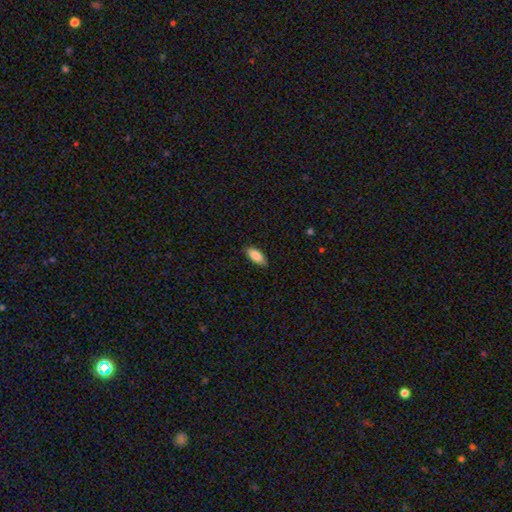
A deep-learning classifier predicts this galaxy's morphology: Smooth or featured?
  - smooth: 88% *
  - star or artifact: 6%
  - featured or disk: 6%
How rounded?
  - in between: 84% *
  - cigar-shaped: 14%
  - round: 2%
Merging?
  - none: 83% *
  - minor disturbance: 13%
  - major disturbance: 2%
  - merger: 1%